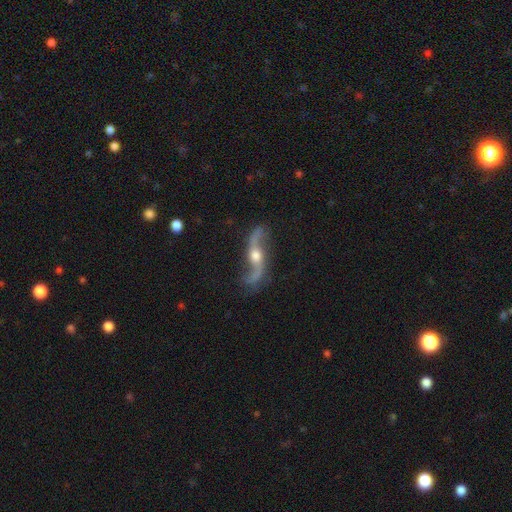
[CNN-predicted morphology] The model was most divided on "bar": no: 56%, weak: 29%, strong: 15%. More confident: spiral arms — yes (96%); spiral arm count — 2 (94%); spiral winding — loose (90%); smooth or featured — featured or disk (90%); edge-on disk — no (88%); merging — none (76%); bulge size — moderate (69%).